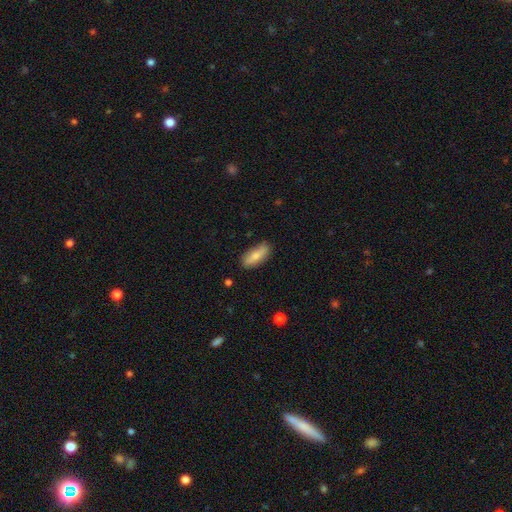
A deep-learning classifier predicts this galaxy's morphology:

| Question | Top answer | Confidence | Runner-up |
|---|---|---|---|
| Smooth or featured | smooth | 74% | featured or disk (20%) |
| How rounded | in between | 66% | cigar-shaped (31%) |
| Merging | none | 84% | minor disturbance (12%) |